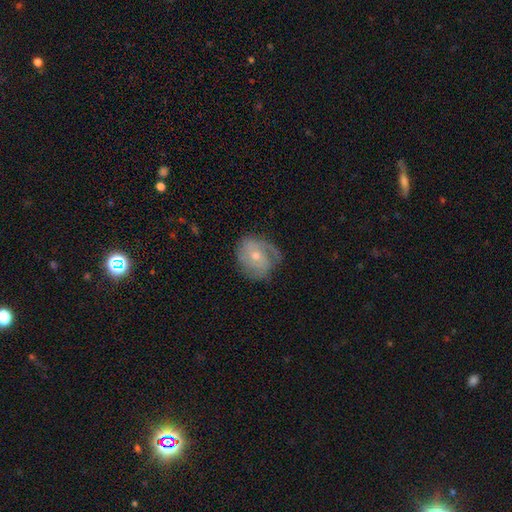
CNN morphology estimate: The model was most divided on "bulge size": moderate: 51%, small: 45%, large: 2%, none: 1%, dominant: 1%. Remaining: edge-on disk — no (97%); spiral arms — yes (89%); bar — no (76%); smooth or featured — featured or disk (71%); merging — none (62%); spiral winding — tight (49%); spiral arm count — 2 (33%).